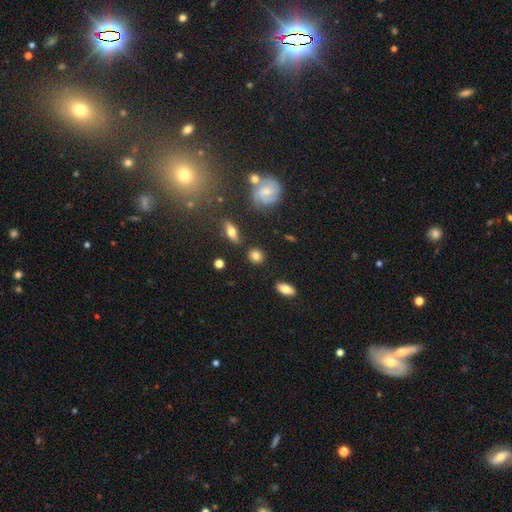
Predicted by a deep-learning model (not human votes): This is likely a smooth galaxy (75%). How rounded: likely round (74%). Merging: clearly none (82%).